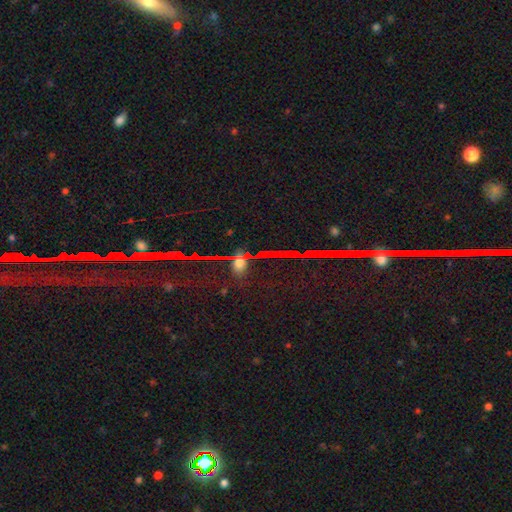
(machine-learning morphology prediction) A star or artifact, not a galaxy (83%).